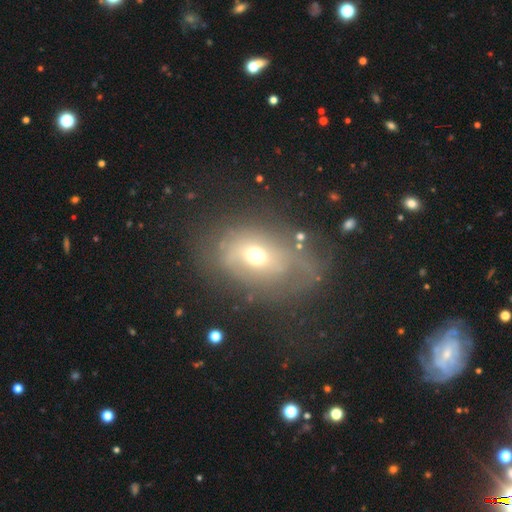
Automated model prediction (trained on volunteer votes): smooth-or-featured: smooth: 48% | featured or disk: 38% | star or artifact: 14%
  merging: none: 40% | major disturbance: 34% | minor disturbance: 22% | merger: 4%